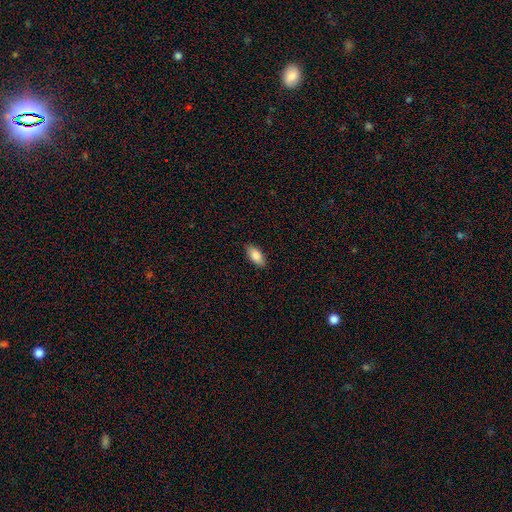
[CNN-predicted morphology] Smooth or featured? Predicted: smooth (p=0.85). How rounded? Predicted: in between (p=0.88). Merging? Predicted: none (p=0.88).